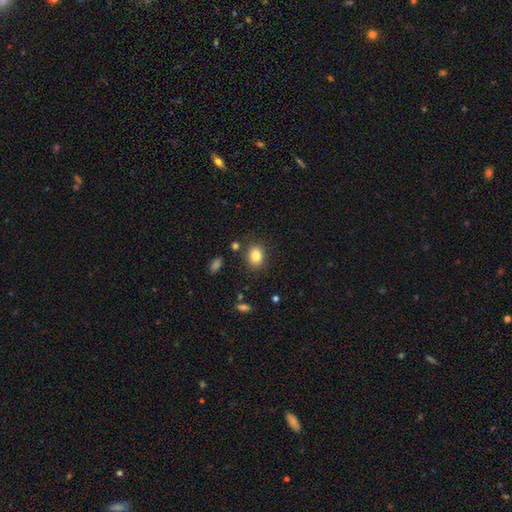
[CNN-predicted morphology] smooth_or_featured: smooth (p=0.83) [alt: star or artifact p=0.10]
how_rounded: in between (p=0.50) [alt: round p=0.49]
merging: none (p=0.84) [alt: minor disturbance p=0.10]